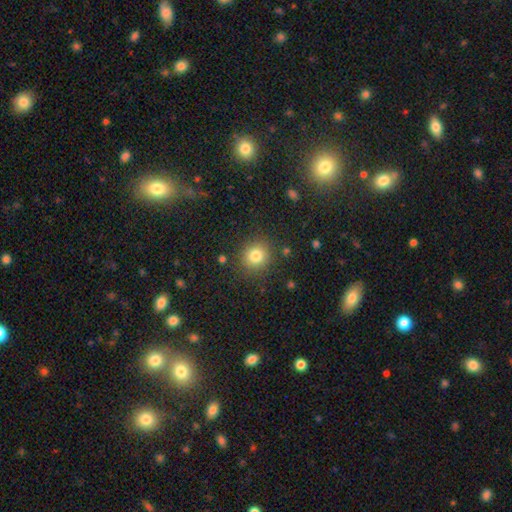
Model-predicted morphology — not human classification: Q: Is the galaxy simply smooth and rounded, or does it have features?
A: smooth — 81%.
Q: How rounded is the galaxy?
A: round — 83%.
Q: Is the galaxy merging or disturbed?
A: none — 86%.